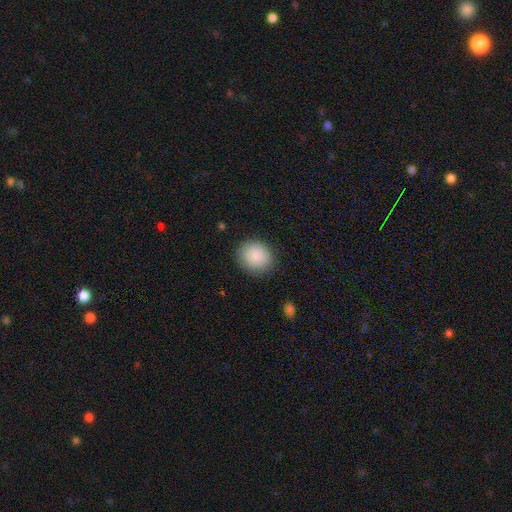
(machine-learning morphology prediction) The model was most divided on "how rounded": round: 70%, in between: 29%, cigar-shaped: 1%. More confident: smooth or featured — smooth (88%); merging — none (87%).